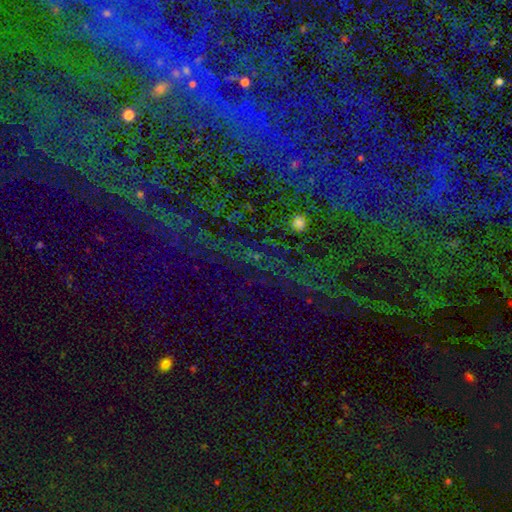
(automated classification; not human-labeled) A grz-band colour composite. It shows a star or artifact, not a galaxy (81%).